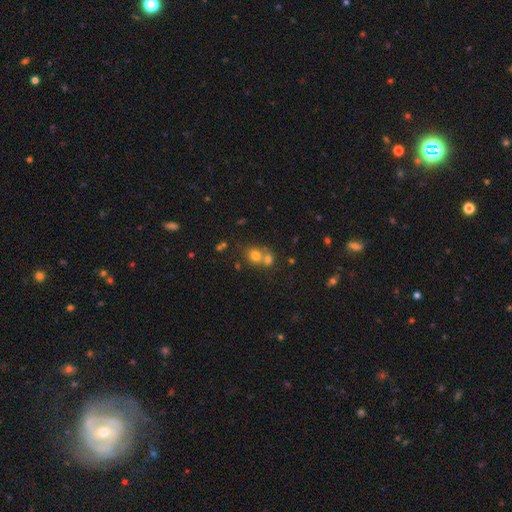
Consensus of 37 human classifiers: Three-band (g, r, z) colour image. It shows a smooth galaxy with no disk features (81%) that is round (70%). Merging: merger (53%).